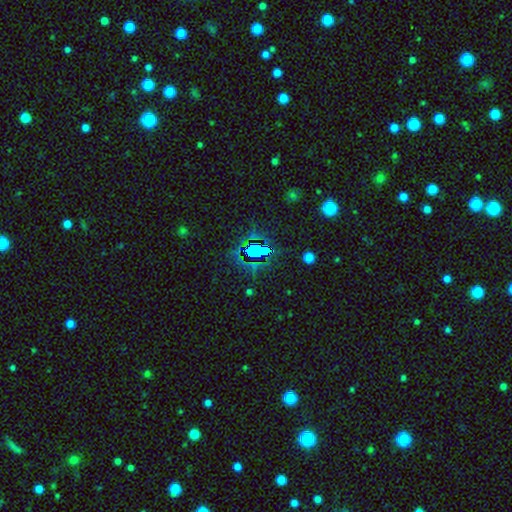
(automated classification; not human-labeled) Smooth or featured?
  - star or artifact: 70% *
  - smooth: 19%
  - featured or disk: 11%